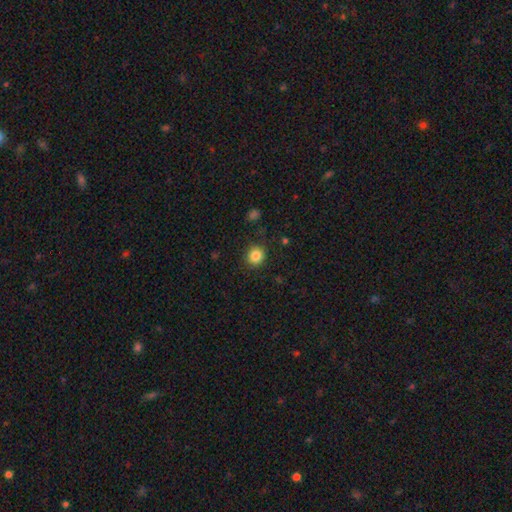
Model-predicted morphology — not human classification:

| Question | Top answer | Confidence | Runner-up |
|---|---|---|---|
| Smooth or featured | smooth | 85% | star or artifact (11%) |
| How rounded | round | 86% | in between (13%) |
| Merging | none | 87% | minor disturbance (9%) |